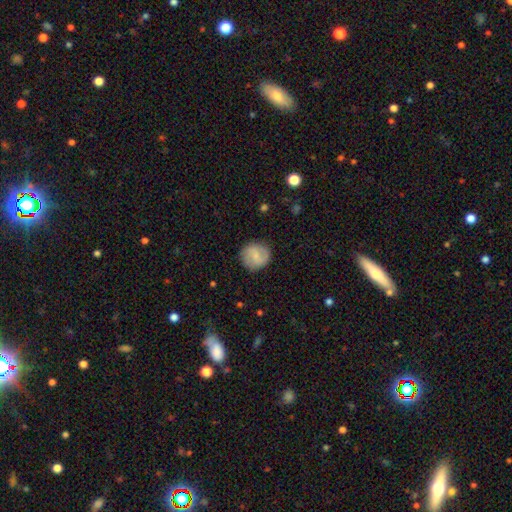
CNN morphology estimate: Smooth or featured: smooth — 55% (featured or disk — 37%)
How rounded: round — 88% (in between — 11%)
Merging: none — 84% (minor disturbance — 11%)